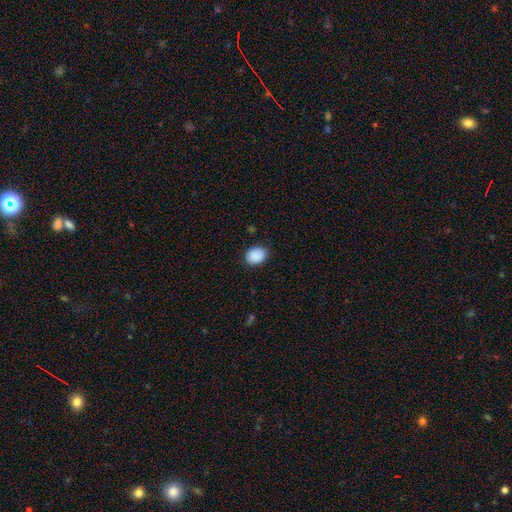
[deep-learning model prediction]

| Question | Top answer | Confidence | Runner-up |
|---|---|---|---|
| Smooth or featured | smooth | 90% | star or artifact (7%) |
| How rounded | in between | 57% | round (43%) |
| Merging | none | 87% | minor disturbance (10%) |